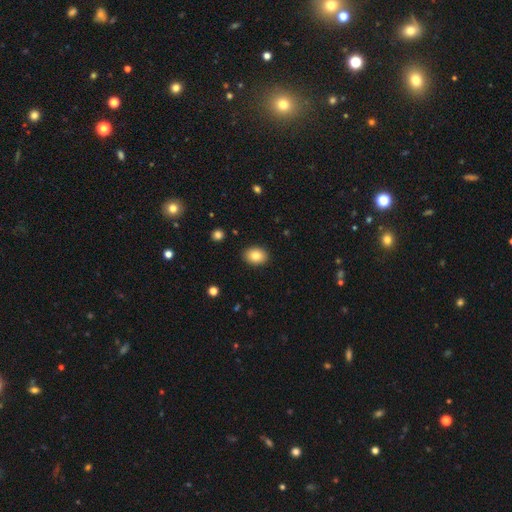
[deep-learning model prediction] Morphology: type=smooth (83%); roundness=in between (66%); merging=none (90%).